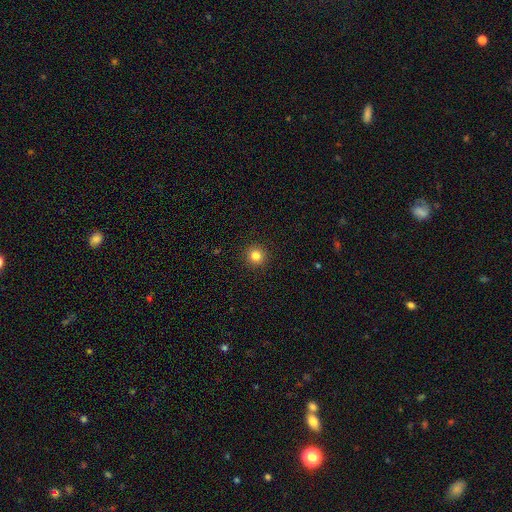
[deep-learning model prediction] This appears to be a smooth galaxy with no disk features (83%) that is round (95%). Merging: none (93%).